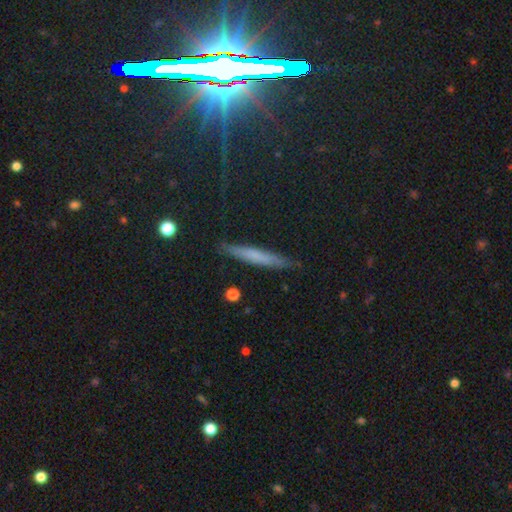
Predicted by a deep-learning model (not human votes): A smooth galaxy with no disk features (58%) that is cigar-shaped (94%).

Vote fractions:
- Smooth or featured? smooth: 58% / featured or disk: 31% / star or artifact: 11%
- How rounded? cigar-shaped: 94% / in between: 4% / round: 2%
- Merging? none: 87% / minor disturbance: 10% / major disturbance: 2% / merger: 1%